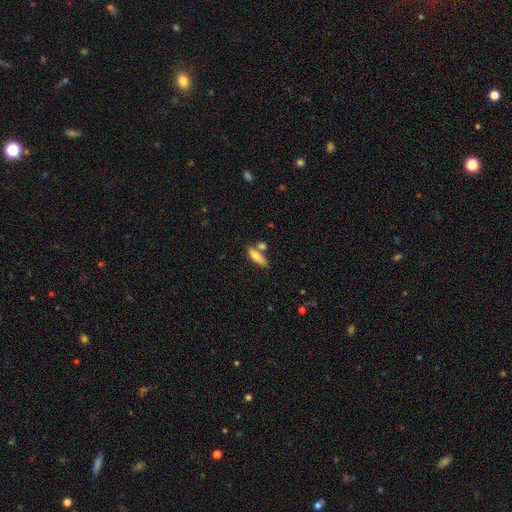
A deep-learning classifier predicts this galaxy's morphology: smooth-or-featured: smooth: 72% | featured or disk: 21% | star or artifact: 7%
  how-rounded: cigar-shaped: 51% | in between: 47% | round: 3%
  merging: none: 55% | merger: 24% | minor disturbance: 16% | major disturbance: 5%